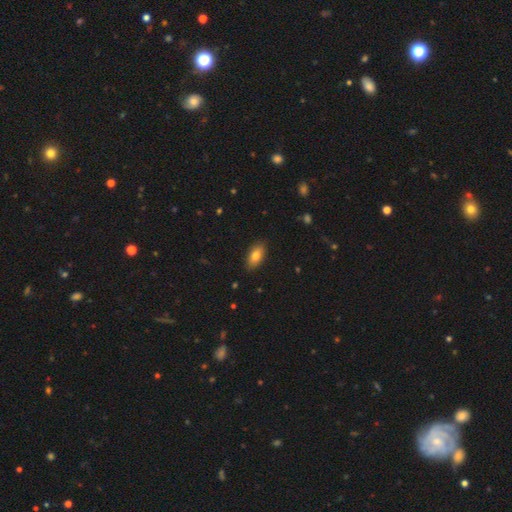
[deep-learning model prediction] A smooth galaxy with no disk features (79%) that is in between round and cigar-shaped (89%).

Vote fractions:
- Smooth or featured? smooth: 79% / featured or disk: 14% / star or artifact: 8%
- How rounded? in between: 89% / cigar-shaped: 7% / round: 4%
- Merging? none: 87% / minor disturbance: 10% / major disturbance: 2% / merger: 1%